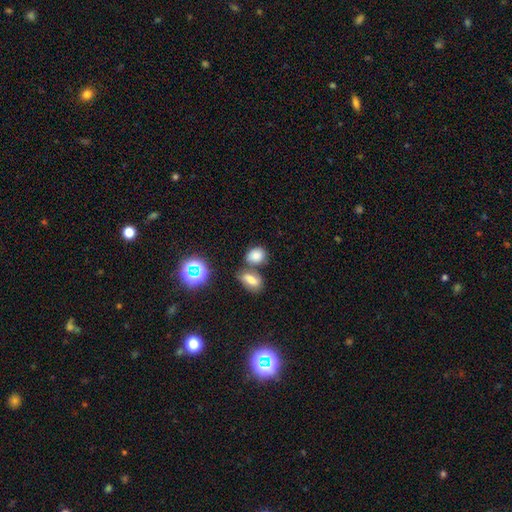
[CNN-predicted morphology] A smooth galaxy with no disk features (78%) that is in between round and cigar-shaped (60%).

Vote fractions:
- Smooth or featured? smooth: 78% / star or artifact: 14% / featured or disk: 8%
- How rounded? in between: 60% / round: 38% / cigar-shaped: 2%
- Merging? none: 55% / merger: 28% / minor disturbance: 13% / major disturbance: 4%